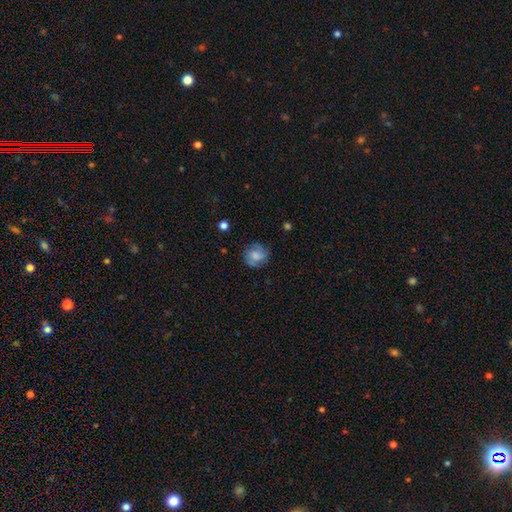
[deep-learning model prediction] The model was most divided on "smooth or featured": smooth: 67%, featured or disk: 24%, star or artifact: 9%. More confident: how rounded — round (80%); merging — none (73%).